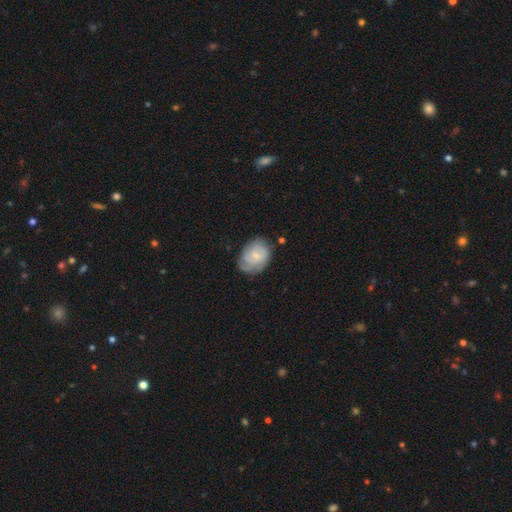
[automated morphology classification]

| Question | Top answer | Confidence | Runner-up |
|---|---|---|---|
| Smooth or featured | featured or disk | 54% | smooth (39%) |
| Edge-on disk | no | 97% | yes (3%) |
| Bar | no | 69% | weak (28%) |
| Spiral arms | yes | 86% | no (14%) |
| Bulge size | small | 69% | moderate (21%) |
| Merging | none | 63% | minor disturbance (26%) |